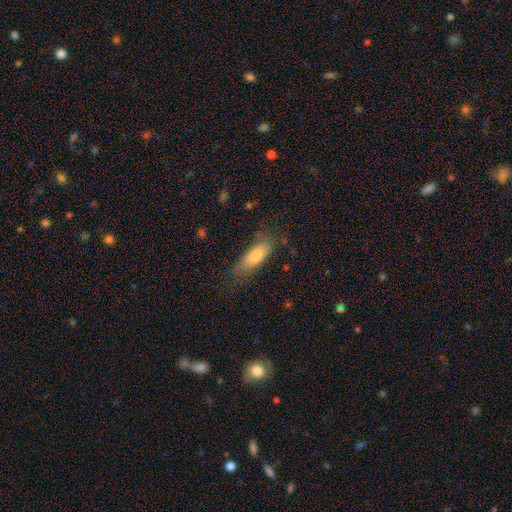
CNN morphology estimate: This appears to be a smooth galaxy with no disk features (77%) that is in between round and cigar-shaped (66%). Merging: none (66%).